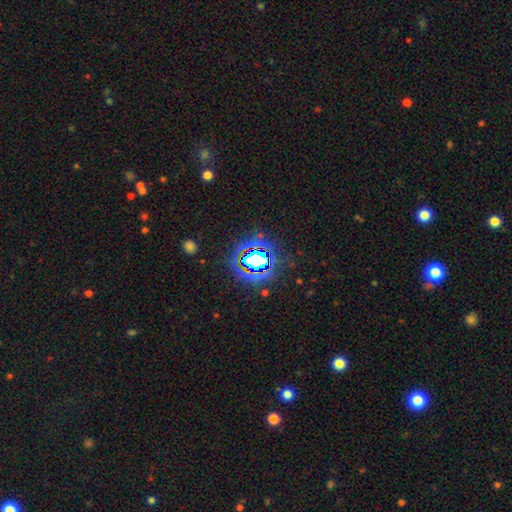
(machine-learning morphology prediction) This is likely a star or artifact rather than a galaxy (69%).